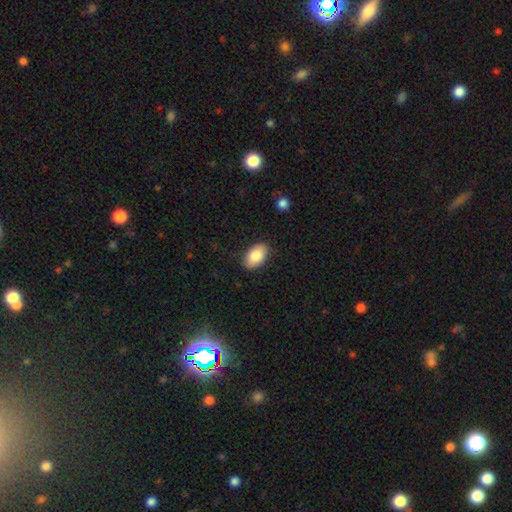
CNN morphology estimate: Q: Smooth or featured?
A: smooth (86%); runner-up: featured or disk (8%)
Q: How rounded?
A: in between (92%); runner-up: round (6%)
Q: Merging?
A: none (85%); runner-up: minor disturbance (11%)